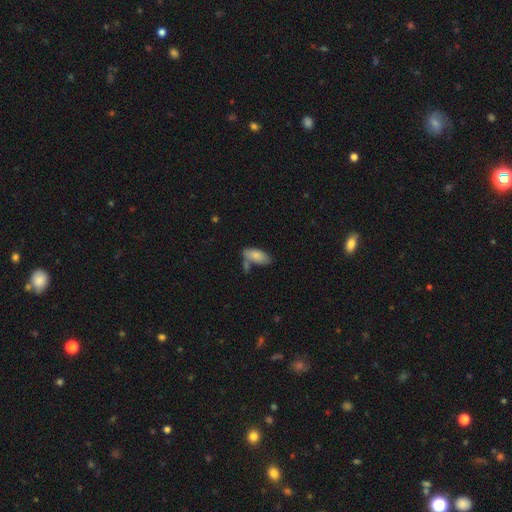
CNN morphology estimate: type=smooth (82%); roundness=in between (86%); merging=none (50%).